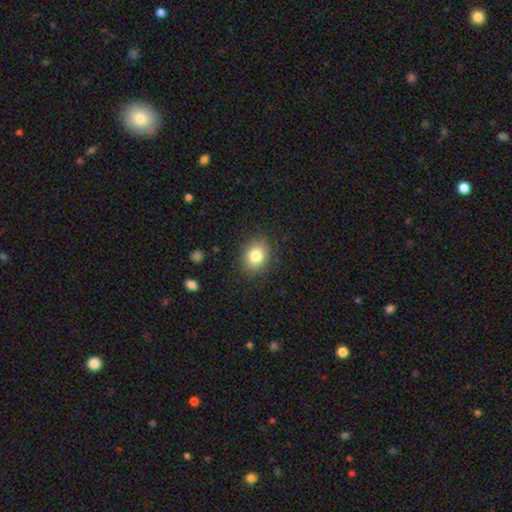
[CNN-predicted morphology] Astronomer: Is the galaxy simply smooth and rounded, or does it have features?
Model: smooth — 81%.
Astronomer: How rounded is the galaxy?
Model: in between — 51% (runner-up: round, 48%).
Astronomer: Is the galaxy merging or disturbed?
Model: none — 87%.